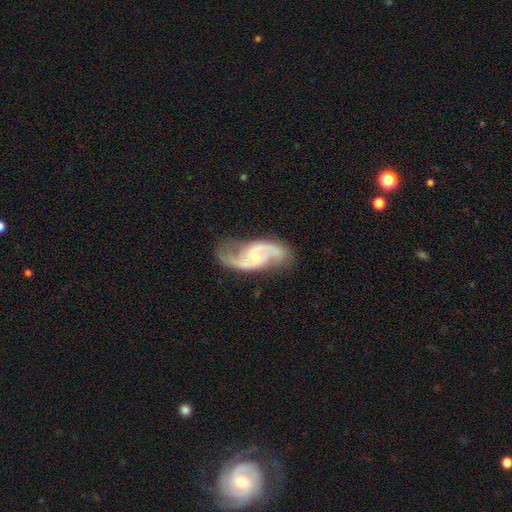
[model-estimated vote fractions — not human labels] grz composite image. It shows a featured or disk galaxy (89%) with a weak bar (44%, tied with no), 2 (93%) loose (46%) spiral arms (97%) and a small central bulge (61%). Merging: none (74%).